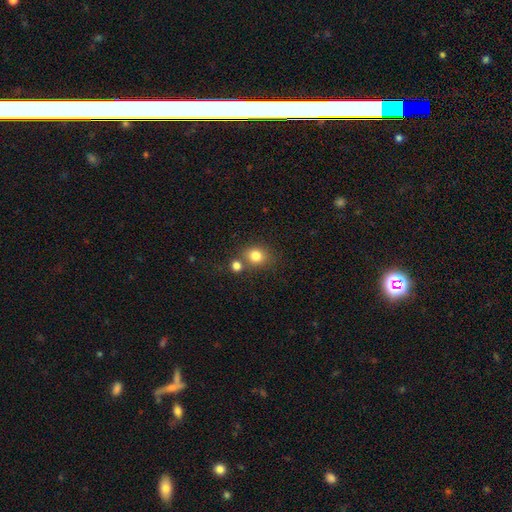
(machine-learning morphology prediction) A smooth galaxy with no disk features (81%) that is round (71%). Merging: none (62%).